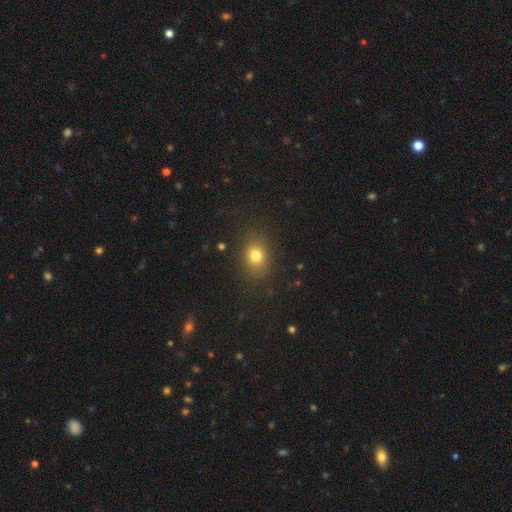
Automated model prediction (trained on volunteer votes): smooth-or-featured: smooth: 77% | star or artifact: 14% | featured or disk: 9%
  how-rounded: in between: 51% | round: 48% | cigar-shaped: 1%
  merging: none: 84% | minor disturbance: 11% | major disturbance: 4% | merger: 1%